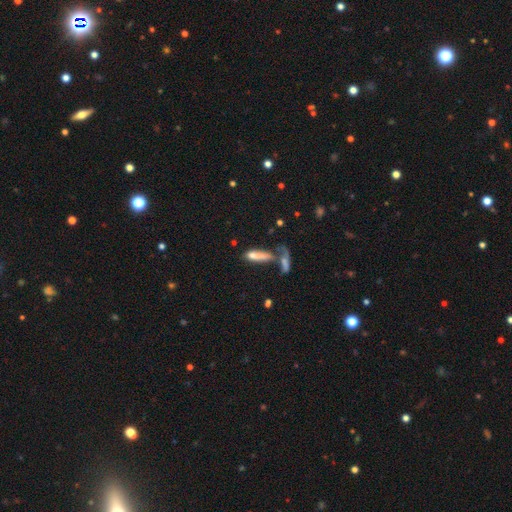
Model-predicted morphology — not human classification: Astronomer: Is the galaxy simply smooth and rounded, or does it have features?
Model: smooth — 69%.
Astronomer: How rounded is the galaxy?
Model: cigar-shaped — 56% (runner-up: in between, 41%).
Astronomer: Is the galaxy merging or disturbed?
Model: merger — 48% (runner-up: none, 24%).